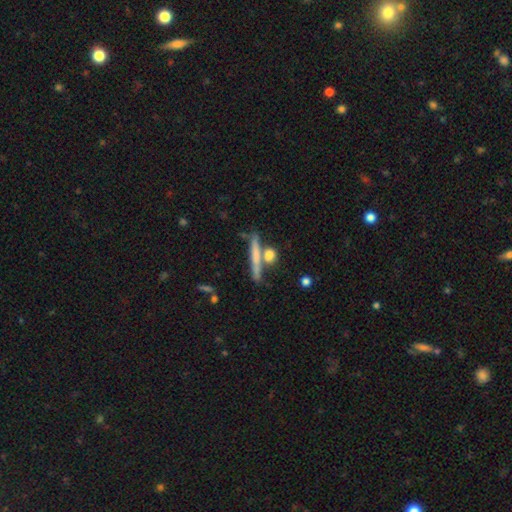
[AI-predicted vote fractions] smooth_or_featured: smooth (p=0.55) [alt: featured or disk p=0.36]
how_rounded: cigar-shaped (p=0.83) [alt: in between p=0.09]
merging: none (p=0.65) [alt: merger p=0.19]